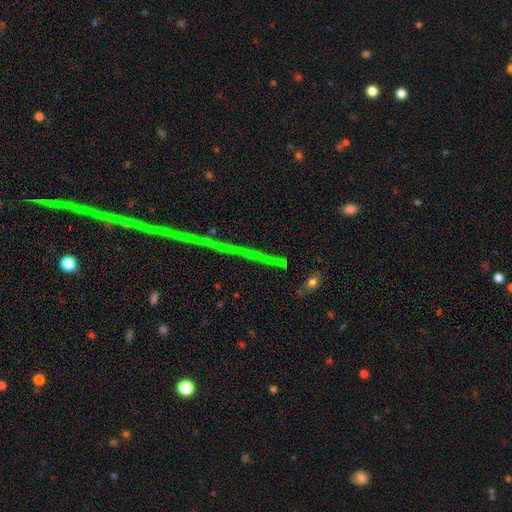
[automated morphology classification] Smooth or featured?
  - star or artifact: 71% *
  - featured or disk: 15%
  - smooth: 14%